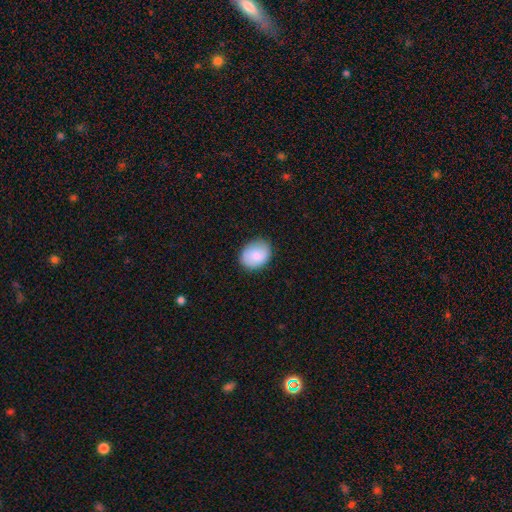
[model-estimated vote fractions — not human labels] A smooth galaxy with no disk features (83%) that is in between round and cigar-shaped (55%). Merging: none (83%).